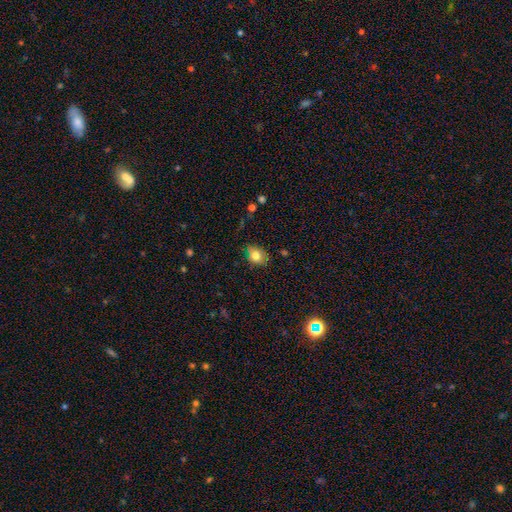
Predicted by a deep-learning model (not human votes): Morphology: type=smooth (79%); roundness=in between (67%); merging=none (74%).